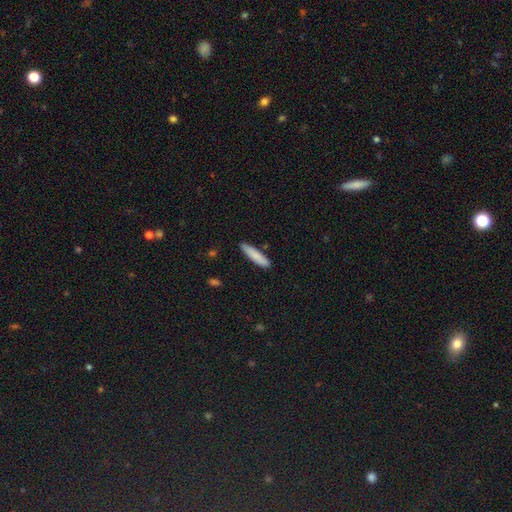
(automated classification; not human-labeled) The model was most divided on "how rounded": cigar-shaped: 84%, in between: 15%, round: 1%. More confident: merging — none (86%); smooth or featured — smooth (83%).